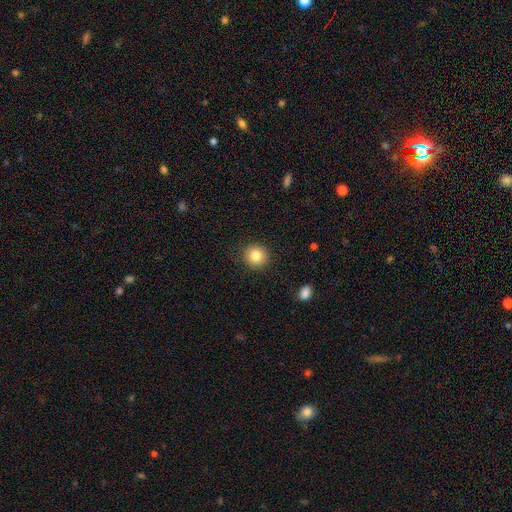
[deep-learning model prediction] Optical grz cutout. It shows a smooth galaxy with no disk features (84%) that is round (90%). Merging: none (89%).